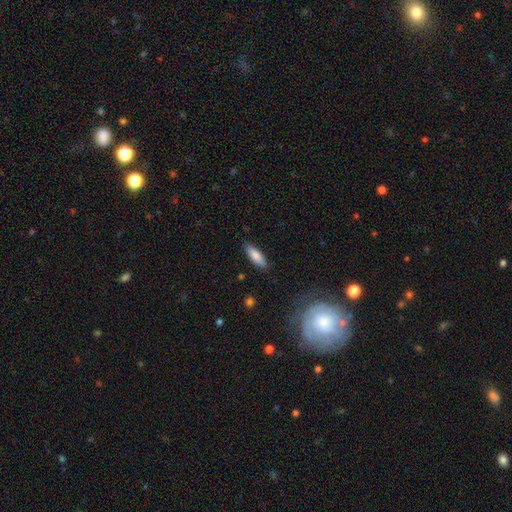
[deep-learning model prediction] Overall: smooth (84%). How rounded: in between (53%; cigar-shaped 46%). Merging: none (86%).